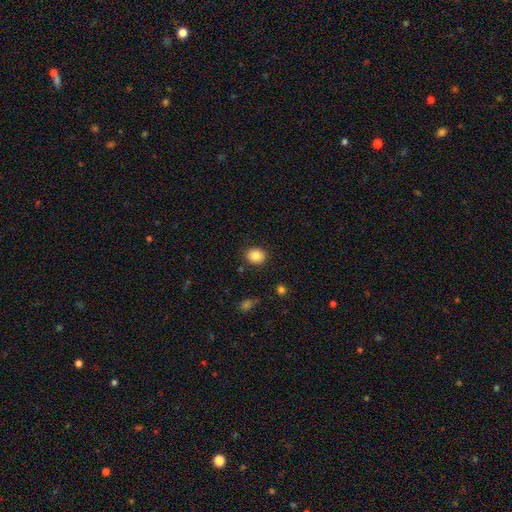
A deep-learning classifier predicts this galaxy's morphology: type=smooth (84%); roundness=round (70%); merging=none (88%).